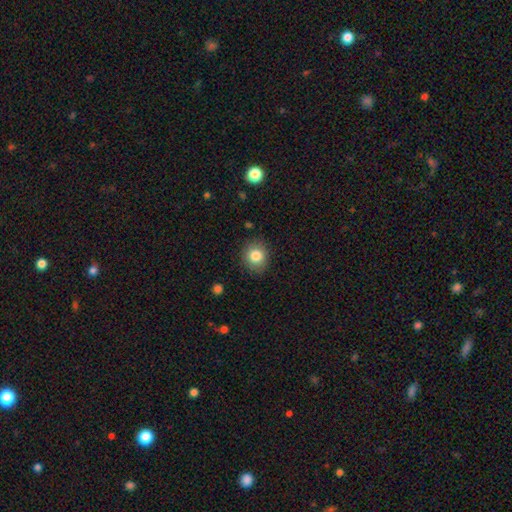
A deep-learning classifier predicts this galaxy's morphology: smooth_or_featured: smooth (p=0.83) [alt: star or artifact p=0.10]
how_rounded: round (p=0.79) [alt: in between p=0.20]
merging: none (p=0.87) [alt: minor disturbance p=0.09]